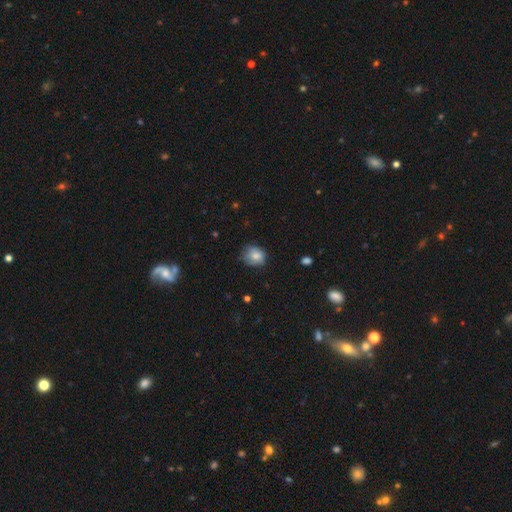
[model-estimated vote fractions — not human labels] Overall: smooth (77%). How rounded: round (64%; in between 35%). Merging: none (61%; minor disturbance 30%).